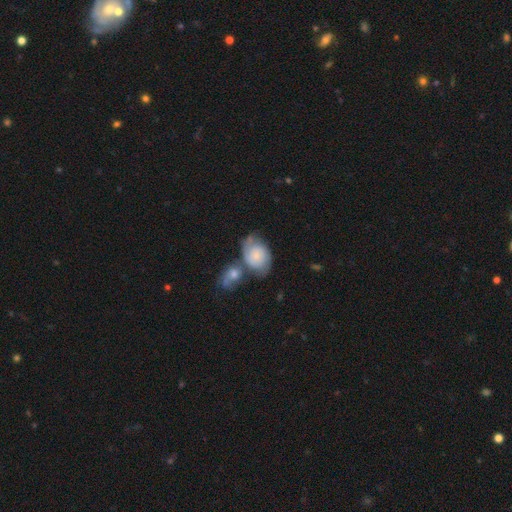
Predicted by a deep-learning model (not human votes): This appears to be a smooth galaxy with no disk features (48%). Merging: merger (40%).